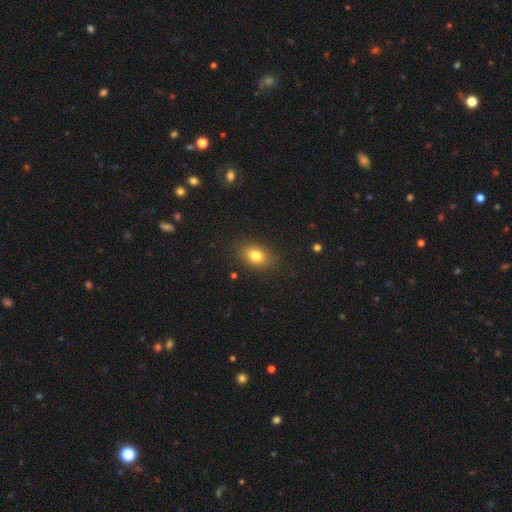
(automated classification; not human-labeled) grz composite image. It shows a smooth galaxy with no disk features (81%) that is in between round and cigar-shaped (79%). Merging: none (85%).